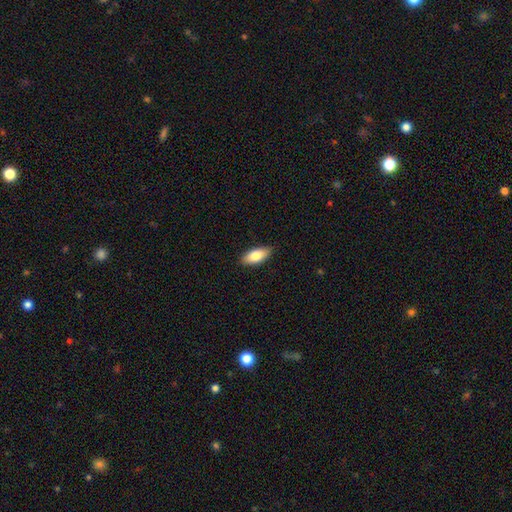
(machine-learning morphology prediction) type=smooth (81%); roundness=in between (86%); merging=none (87%).